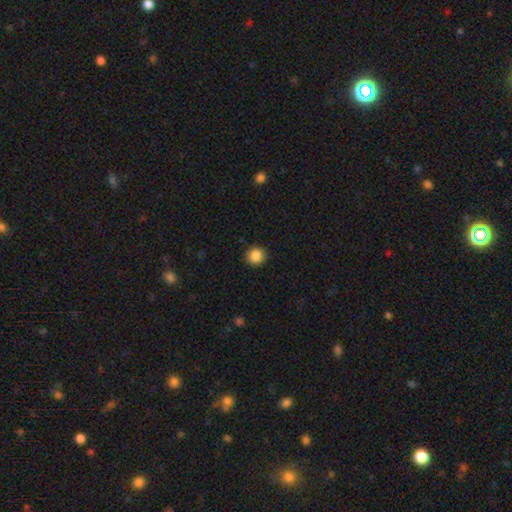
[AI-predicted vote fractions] Smooth or featured? Predicted: smooth (p=0.86). How rounded? Predicted: round (p=0.90). Merging? Predicted: none (p=0.90).